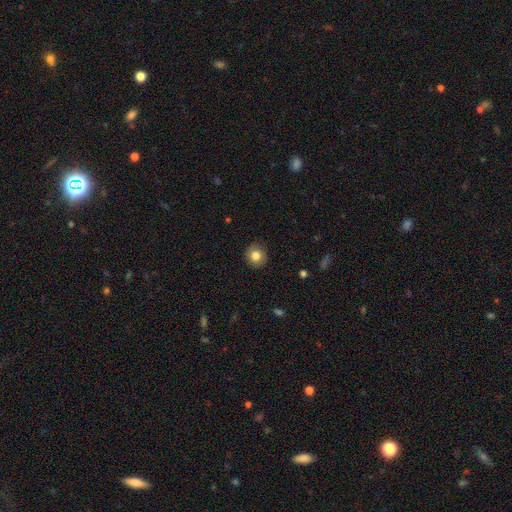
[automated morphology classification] Smooth or featured: smooth — 82% (star or artifact — 10%)
How rounded: round — 90% (in between — 9%)
Merging: none — 90% (minor disturbance — 7%)